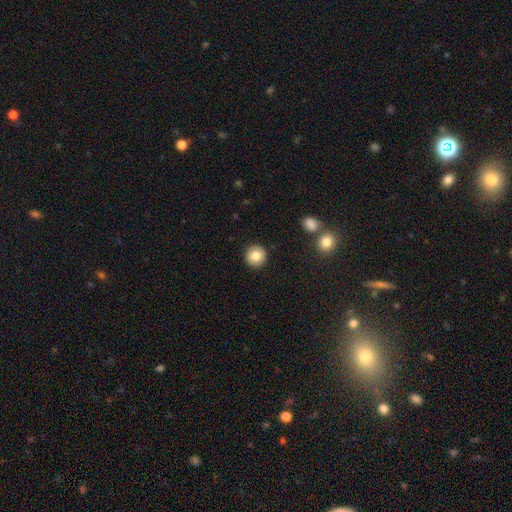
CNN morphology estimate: Smooth or featured: smooth — 83% (star or artifact — 9%)
How rounded: round — 95% (in between — 4%)
Merging: none — 92% (minor disturbance — 5%)